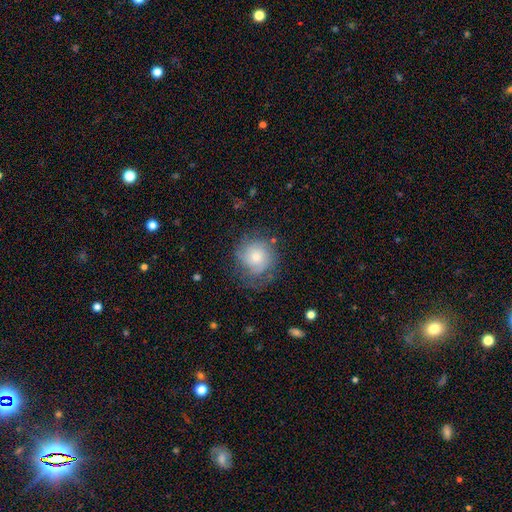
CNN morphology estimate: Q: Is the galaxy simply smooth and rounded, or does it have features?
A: featured or disk — 46%.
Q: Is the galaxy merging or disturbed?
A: none — 63%.